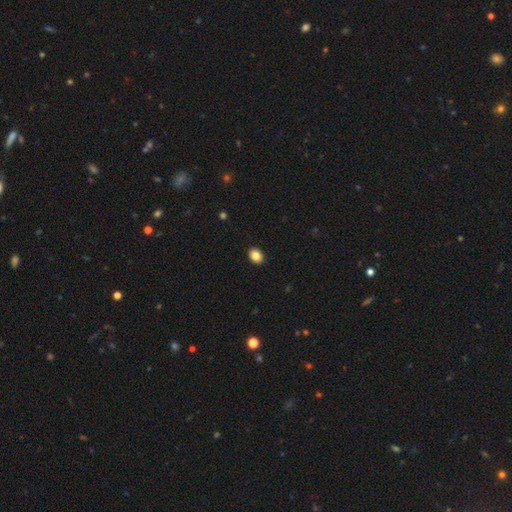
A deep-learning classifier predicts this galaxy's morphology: smooth_or_featured: smooth (p=0.86) [alt: star or artifact p=0.09]
how_rounded: in between (p=0.59) [alt: round p=0.40]
merging: none (p=0.91) [alt: minor disturbance p=0.06]